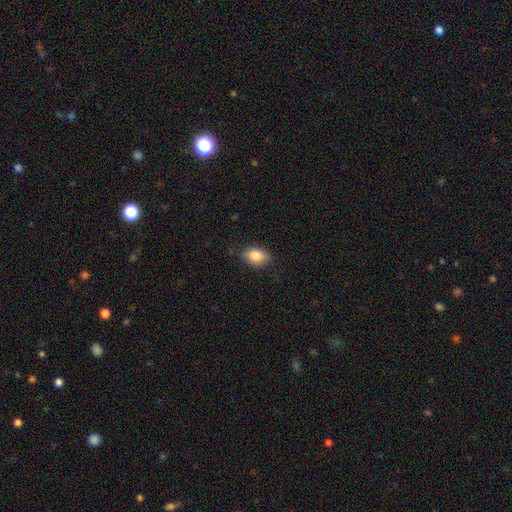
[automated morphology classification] Q: Smooth or featured?
A: smooth (80%); runner-up: featured or disk (11%)
Q: How rounded?
A: in between (81%); runner-up: round (16%)
Q: Merging?
A: none (79%); runner-up: minor disturbance (17%)